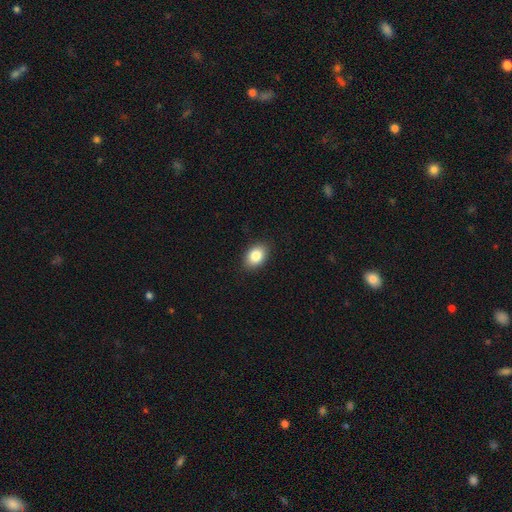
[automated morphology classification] A smooth galaxy with no disk features (85%) that is in between round and cigar-shaped (81%).

Vote fractions:
- Smooth or featured? smooth: 85% / star or artifact: 8% / featured or disk: 7%
- How rounded? in between: 81% / round: 18% / cigar-shaped: 1%
- Merging? none: 88% / minor disturbance: 9% / major disturbance: 2% / merger: 1%